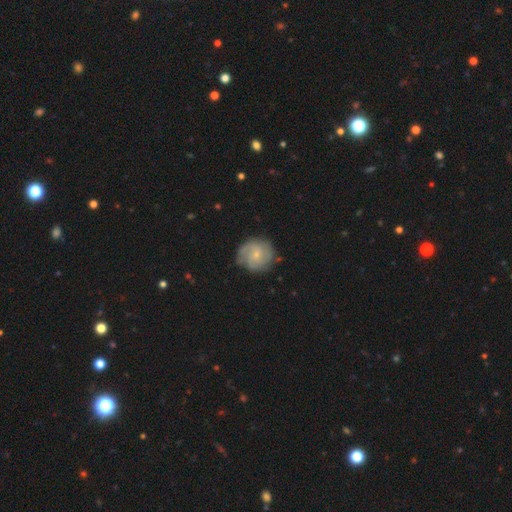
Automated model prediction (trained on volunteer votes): The model was most divided on "spiral winding": tight: 47%, medium: 38%, loose: 15%. Remaining: edge-on disk — no (98%); spiral arms — yes (90%); merging — none (75%); bulge size — small (72%); smooth or featured — featured or disk (64%); bar — no (62%); spiral arm count — 2 (40%).